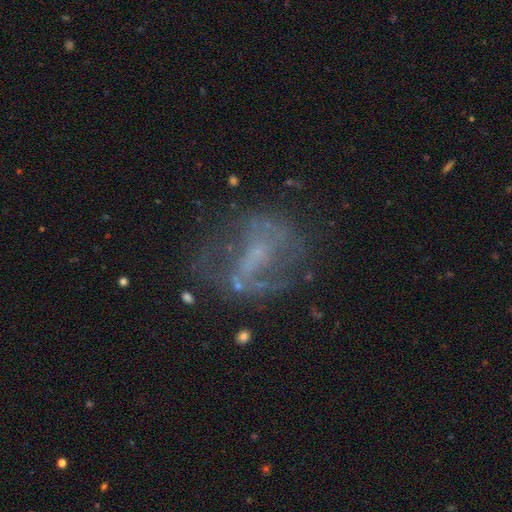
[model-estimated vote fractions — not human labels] Overall: featured or disk (68%). Edge-on disk: no (97%). Bar: no (47%; weak 38%). Spiral arms: yes (56%; no 44%). Bulge size: small (45%; none 39%). Merging: none (51%; major disturbance 25%).